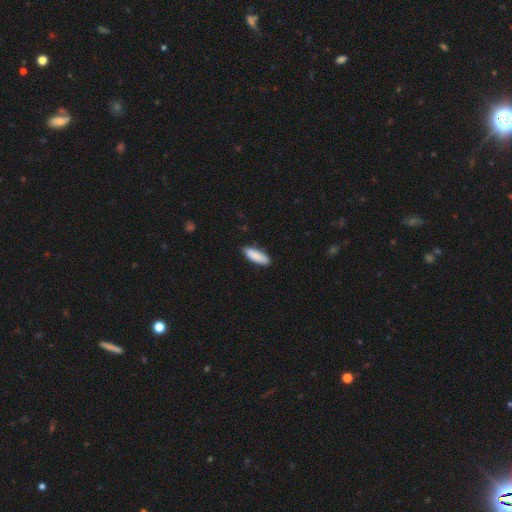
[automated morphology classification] This appears to be a smooth galaxy with no disk features (89%) that is in between round and cigar-shaped (59%). Merging: none (86%).